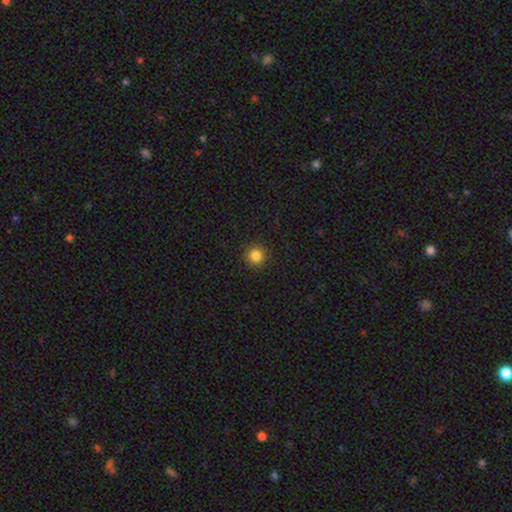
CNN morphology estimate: Smooth or featured? Predicted: smooth (p=0.84). How rounded? Predicted: round (p=0.95). Merging? Predicted: none (p=0.92).